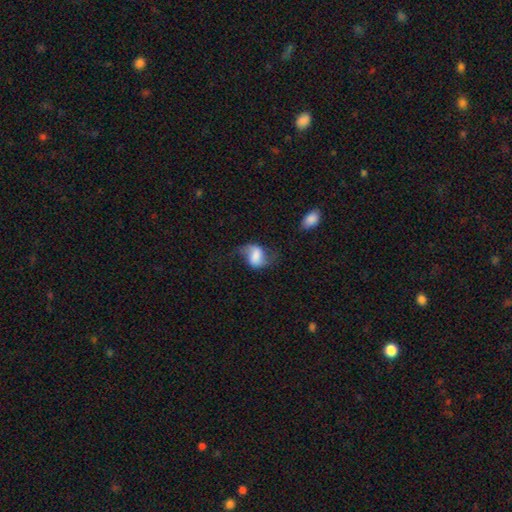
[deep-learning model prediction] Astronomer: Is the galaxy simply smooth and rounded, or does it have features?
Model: featured or disk — 48% (runner-up: smooth, 43%).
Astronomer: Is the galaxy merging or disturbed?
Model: none — 48% (runner-up: minor disturbance, 25%).